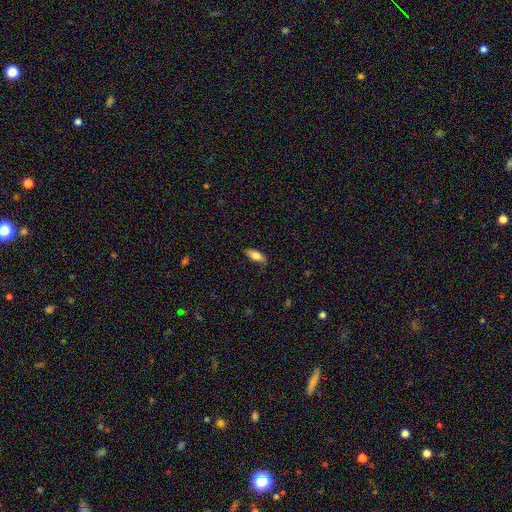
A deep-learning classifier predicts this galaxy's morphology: Q: Smooth or featured?
A: smooth (75%); runner-up: featured or disk (19%)
Q: How rounded?
A: in between (74%); runner-up: cigar-shaped (23%)
Q: Merging?
A: none (81%); runner-up: minor disturbance (15%)